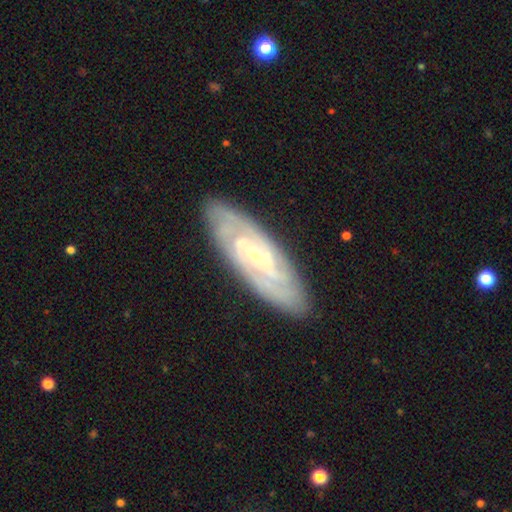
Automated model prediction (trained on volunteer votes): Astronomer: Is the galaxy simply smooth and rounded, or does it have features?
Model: featured or disk — 86%.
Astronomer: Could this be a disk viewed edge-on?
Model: no — 89%.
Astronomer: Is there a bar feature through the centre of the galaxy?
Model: no — 53% (runner-up: weak, 34%).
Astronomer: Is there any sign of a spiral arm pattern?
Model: yes — 97%.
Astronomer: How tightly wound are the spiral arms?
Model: tight — 68%.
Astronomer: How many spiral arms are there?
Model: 2 — 32% (runner-up: can't tell, 25%).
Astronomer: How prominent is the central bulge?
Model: small — 77%.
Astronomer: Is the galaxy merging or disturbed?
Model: none — 85%.